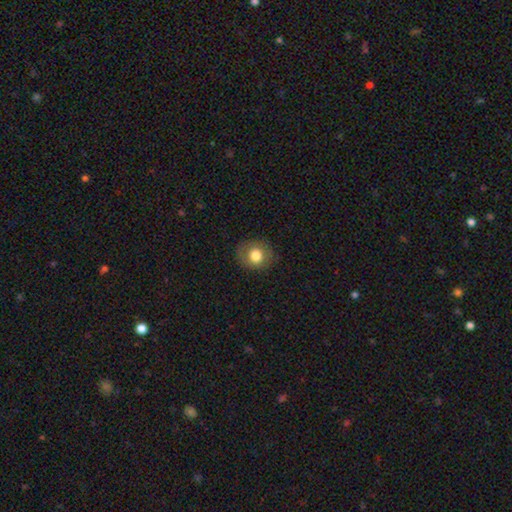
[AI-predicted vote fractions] A smooth galaxy with no disk features (76%) that is round (77%). Merging: none (84%).